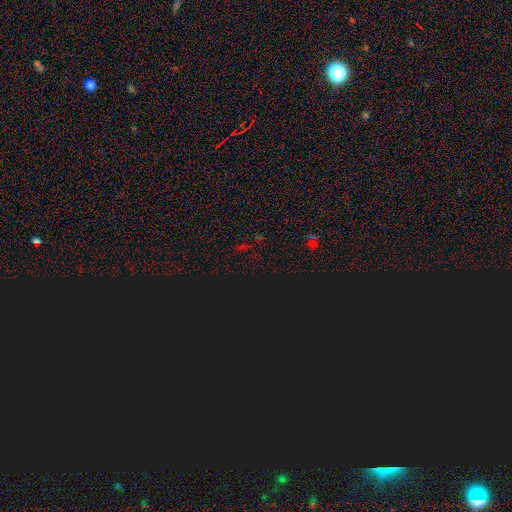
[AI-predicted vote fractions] This is likely a star or artifact rather than a galaxy (76%).